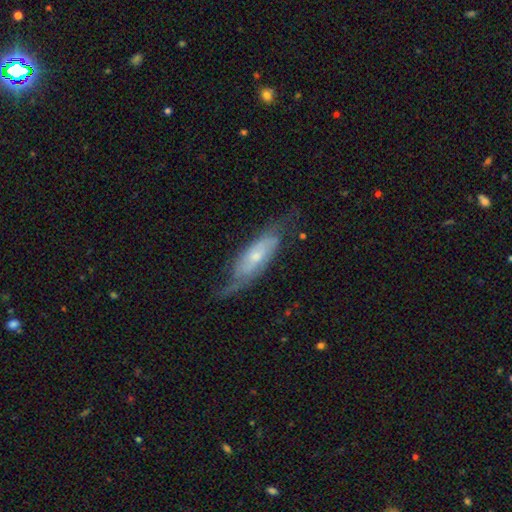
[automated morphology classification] Smooth or featured?
  - featured or disk: 69% *
  - smooth: 25%
  - star or artifact: 7%
Edge-on disk?
  - no: 76% *
  - yes: 24%
Bar?
  - no: 63% *
  - weak: 29%
  - strong: 8%
Spiral arms?
  - yes: 85% *
  - no: 15%
Bulge size?
  - small: 57% *
  - moderate: 36%
  - none: 3%
  - large: 3%
  - dominant: 1%
Merging?
  - none: 59% *
  - minor disturbance: 25%
  - major disturbance: 14%
  - merger: 2%